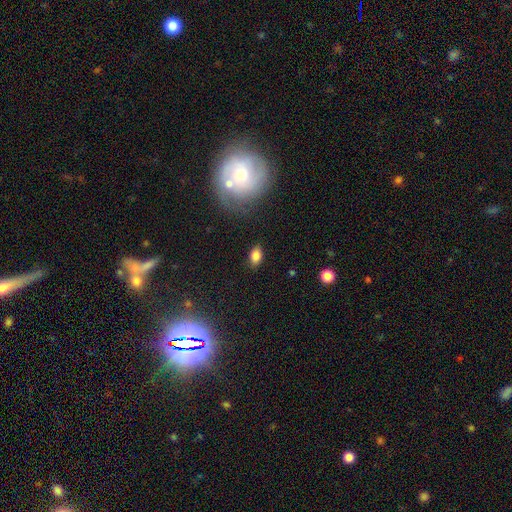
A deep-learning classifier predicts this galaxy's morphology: Smooth or featured? Predicted: smooth (p=0.82). How rounded? Predicted: in between (p=0.87). Merging? Predicted: none (p=0.85).